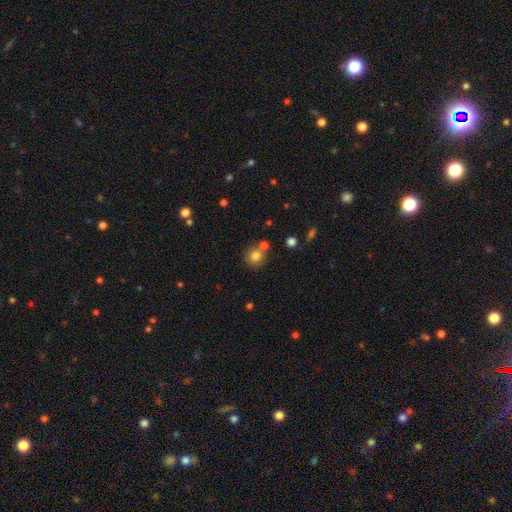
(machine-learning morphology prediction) Q: Smooth or featured?
A: smooth (79%); runner-up: star or artifact (13%)
Q: How rounded?
A: round (87%); runner-up: in between (12%)
Q: Merging?
A: none (66%); runner-up: merger (22%)